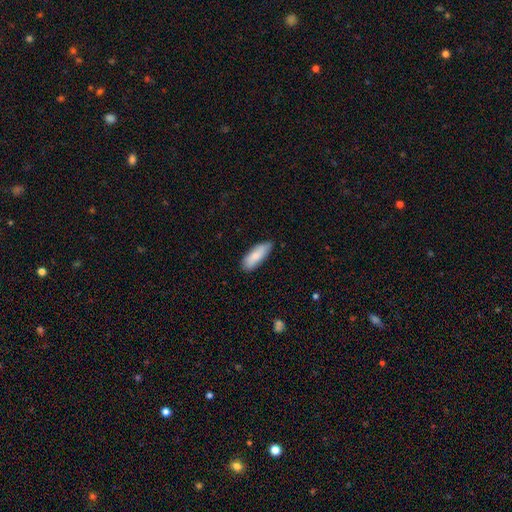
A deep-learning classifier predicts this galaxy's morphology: This is clearly a smooth galaxy (83%). How rounded: likely in between (67%). Merging: likely none (78%).